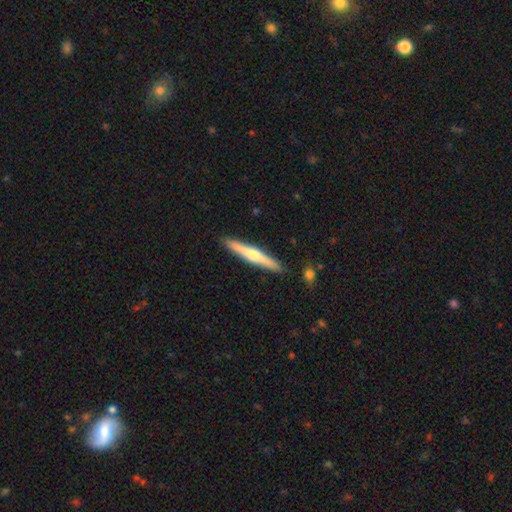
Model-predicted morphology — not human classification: Overall: featured or disk (54%; smooth 41%). Edge-on disk: yes (97%). Edge-on bulge: rounded (82%). Merging: none (91%).